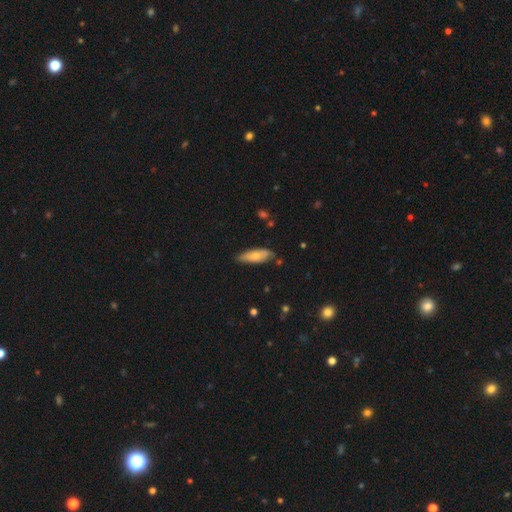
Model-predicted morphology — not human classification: smooth_or_featured: smooth (p=0.69) [alt: featured or disk p=0.25]
how_rounded: in between (p=0.61) [alt: cigar-shaped p=0.37]
merging: none (p=0.73) [alt: minor disturbance p=0.22]